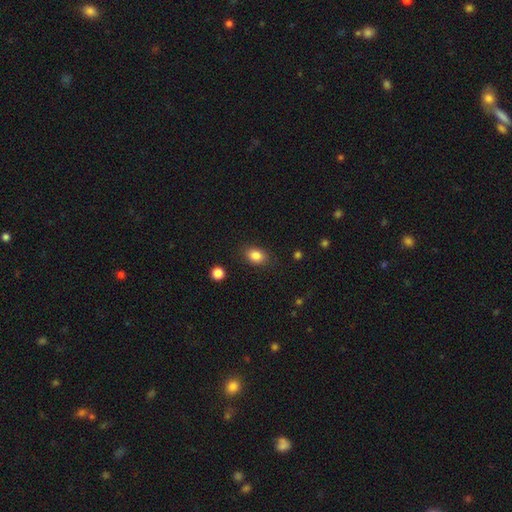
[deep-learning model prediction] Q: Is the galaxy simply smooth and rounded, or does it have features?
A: smooth — 85%.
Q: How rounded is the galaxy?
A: in between — 74%.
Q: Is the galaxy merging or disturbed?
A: none — 85%.